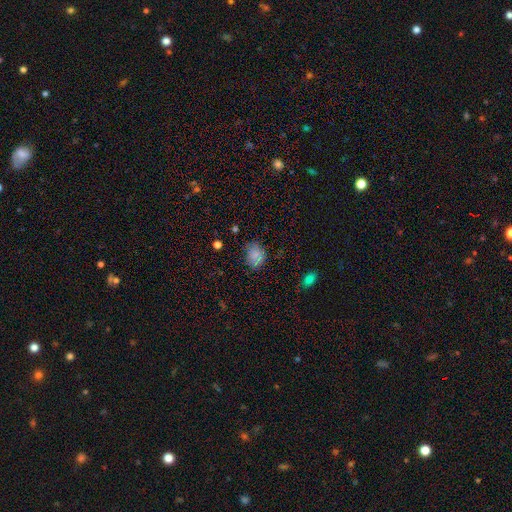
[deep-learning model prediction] Overall: smooth (80%). How rounded: in between (63%; round 36%). Merging: none (74%).